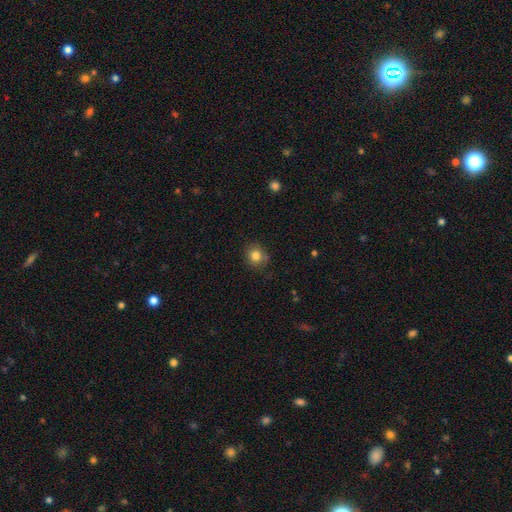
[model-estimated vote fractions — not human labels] Morphology: type=smooth (82%); roundness=round (82%); merging=none (79%).